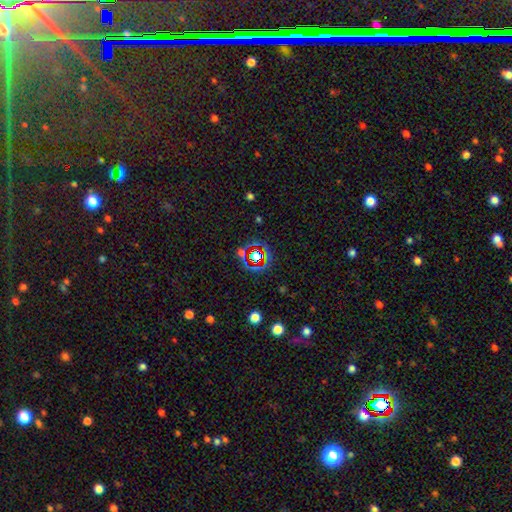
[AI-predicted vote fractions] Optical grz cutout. It shows a star or artifact, not a galaxy (65%).